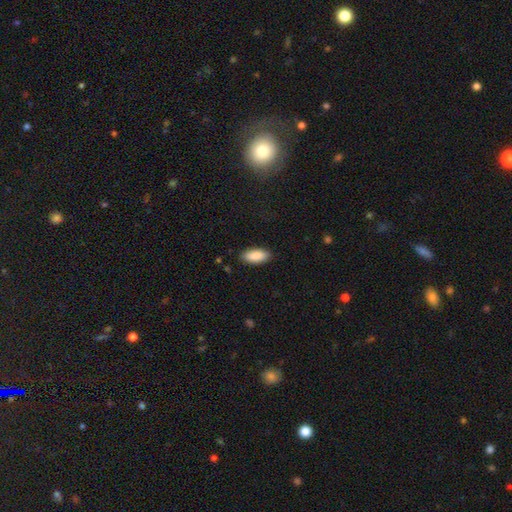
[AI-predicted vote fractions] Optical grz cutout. It shows a smooth galaxy with no disk features (89%) that is in between round and cigar-shaped (86%). Merging: none (87%).